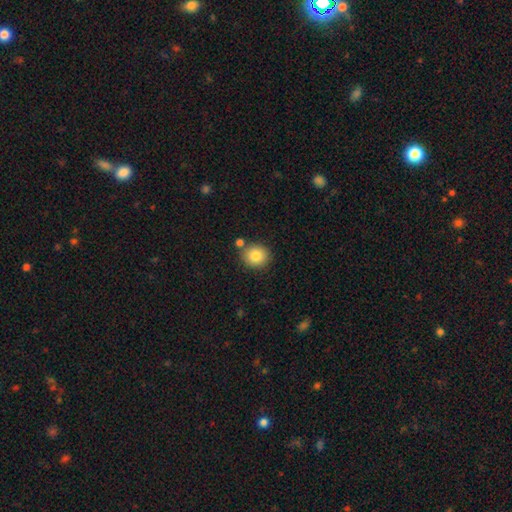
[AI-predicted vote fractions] smooth 84%, star or artifact 9%, featured or disk 7%. Down the decision tree: how rounded — round (83%); merging — none (78%).